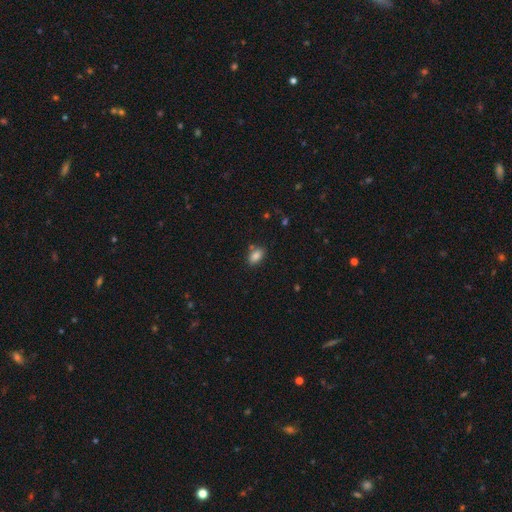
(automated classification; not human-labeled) Morphology: type=smooth (85%); roundness=in between (89%); merging=none (78%).